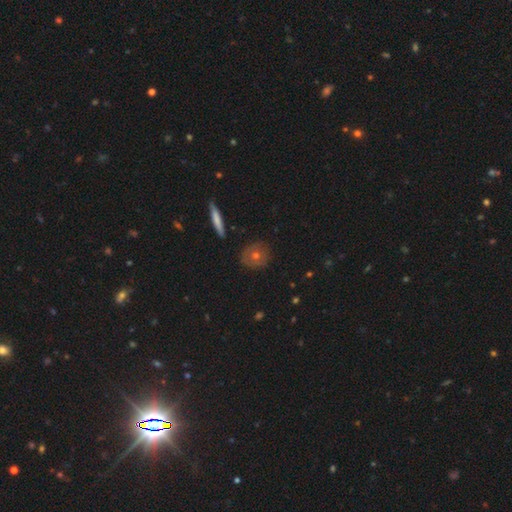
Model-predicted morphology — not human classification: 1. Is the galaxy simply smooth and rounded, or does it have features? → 48% smooth, 40% featured or disk, 13% star or artifact.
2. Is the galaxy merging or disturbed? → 85% none, 11% minor disturbance, 3% major disturbance, 2% merger.